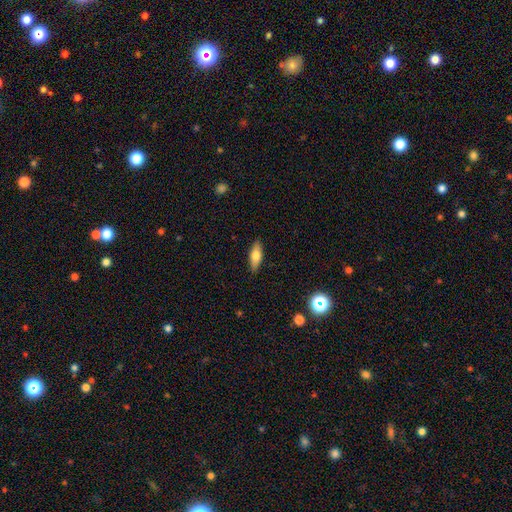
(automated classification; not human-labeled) Morphology: type=smooth (70%); roundness=in between (65%); merging=none (88%).